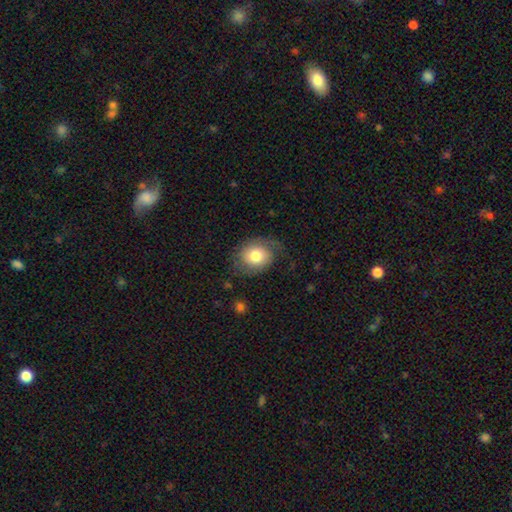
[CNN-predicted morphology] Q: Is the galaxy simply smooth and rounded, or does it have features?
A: smooth — 60%.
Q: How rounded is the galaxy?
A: round — 56%.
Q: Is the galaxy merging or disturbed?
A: none — 62%.